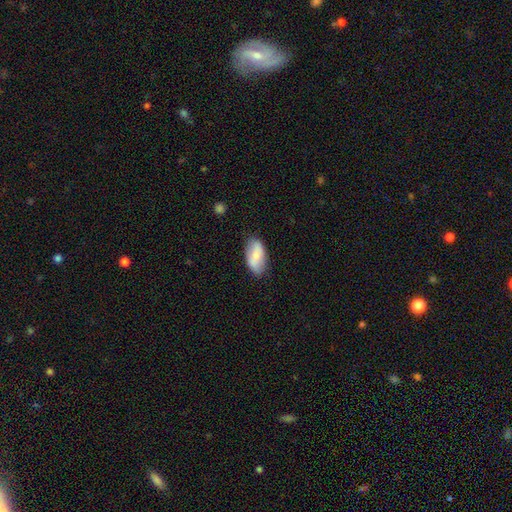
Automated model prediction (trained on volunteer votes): A smooth galaxy with no disk features (72%) that is in between round and cigar-shaped (93%). Merging: none (80%).